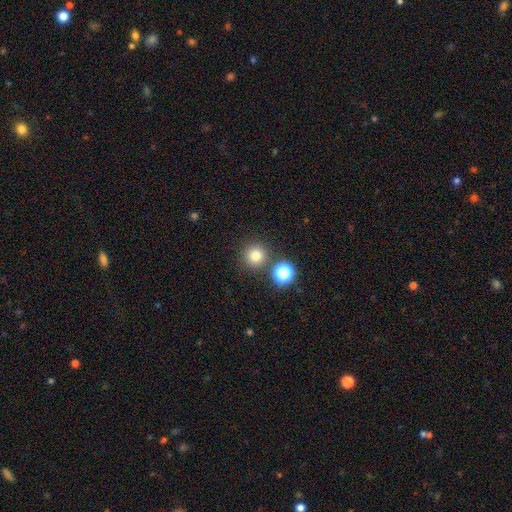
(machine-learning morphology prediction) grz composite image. It shows a smooth galaxy with no disk features (77%) that is round (95%). Merging: none (83%).